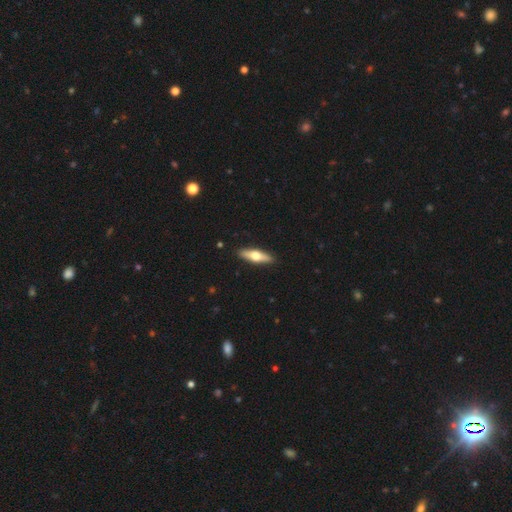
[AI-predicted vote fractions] smooth_or_featured: featured or disk (p=0.47) [tied with: smooth p=0.47]
merging: none (p=0.91) [alt: minor disturbance p=0.07]